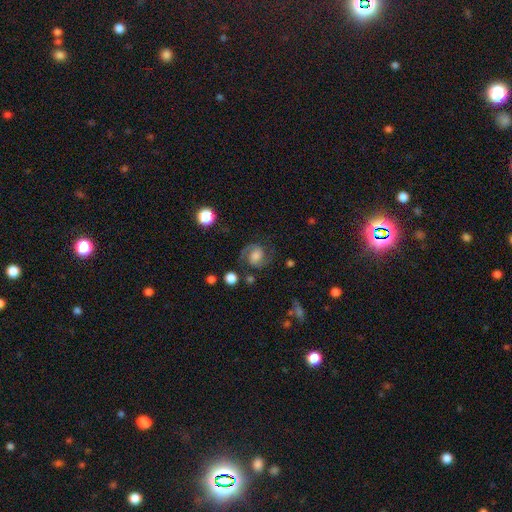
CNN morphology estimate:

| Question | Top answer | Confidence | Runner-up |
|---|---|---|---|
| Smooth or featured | featured or disk | 76% | smooth (15%) |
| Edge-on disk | no | 98% | yes (2%) |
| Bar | no | 57% | weak (35%) |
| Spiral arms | yes | 96% | no (4%) |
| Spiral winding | medium | 57% | tight (24%) |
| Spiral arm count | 2 | 92% | can't tell (3%) |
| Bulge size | moderate | 41% | large (22%) |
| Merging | none | 75% | minor disturbance (15%) |